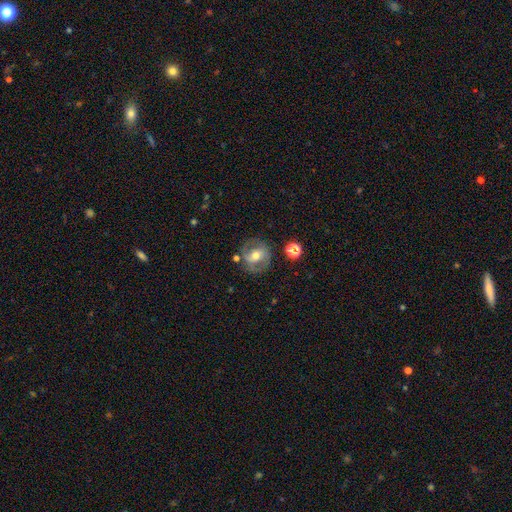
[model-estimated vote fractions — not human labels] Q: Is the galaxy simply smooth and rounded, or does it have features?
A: featured or disk — 59%.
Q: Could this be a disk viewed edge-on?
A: no — 95%.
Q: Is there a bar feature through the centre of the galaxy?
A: weak — 37%.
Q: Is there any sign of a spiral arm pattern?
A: yes — 63%.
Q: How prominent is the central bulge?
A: moderate — 68%.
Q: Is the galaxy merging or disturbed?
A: none — 72%.